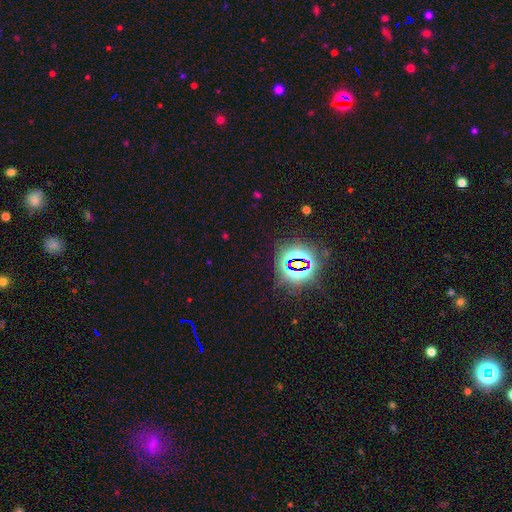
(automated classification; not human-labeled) Smooth or featured: star or artifact — 76% (smooth — 17%)